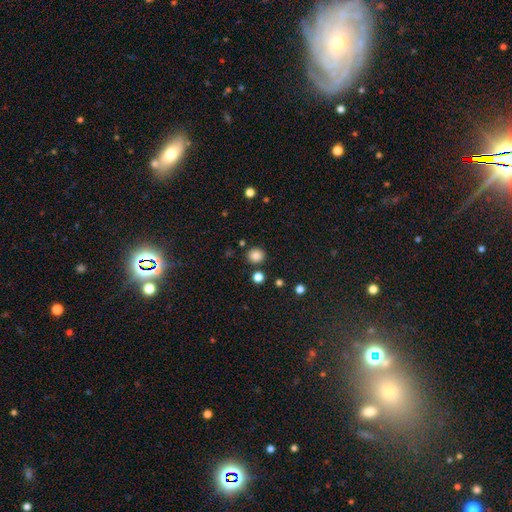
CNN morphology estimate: Smooth or featured? smooth (84%)
How rounded? round (89%)
Merging? none (87%)